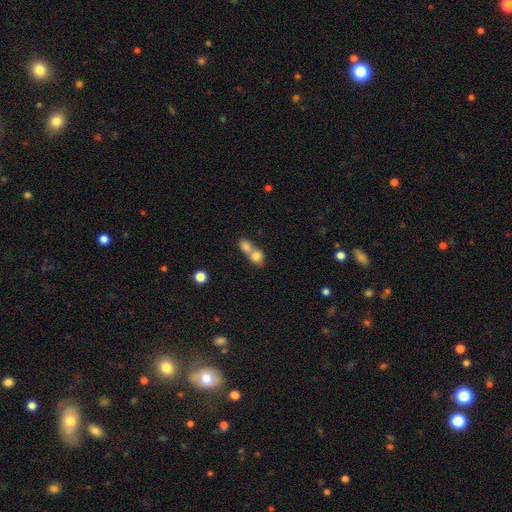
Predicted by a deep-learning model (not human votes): Overall: smooth (80%). How rounded: round (51%; in between 46%). Merging: merger (73%).